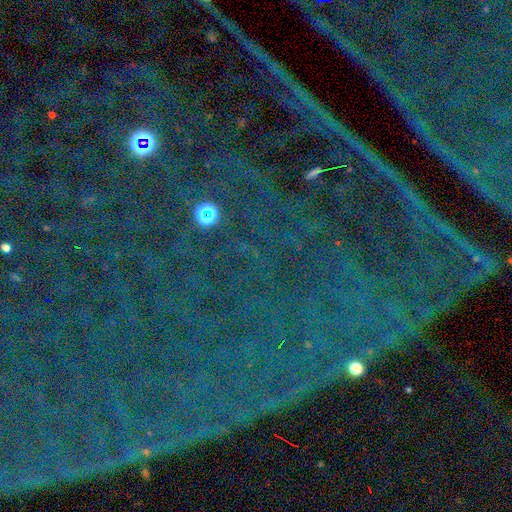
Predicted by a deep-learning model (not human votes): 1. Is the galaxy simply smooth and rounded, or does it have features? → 85% star or artifact, 7% featured or disk, 7% smooth.